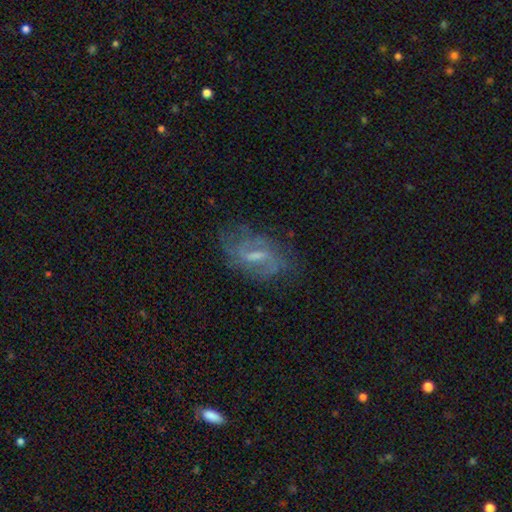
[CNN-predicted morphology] Smooth or featured? featured or disk (70%)
Edge-on disk? no (93%)
Bar? weak (56%)
Spiral arms? yes (80%)
Spiral winding? medium (39%, tied with loose)
Spiral arm count? 2 (57%)
Bulge size? small (42%)
Merging? none (65%)